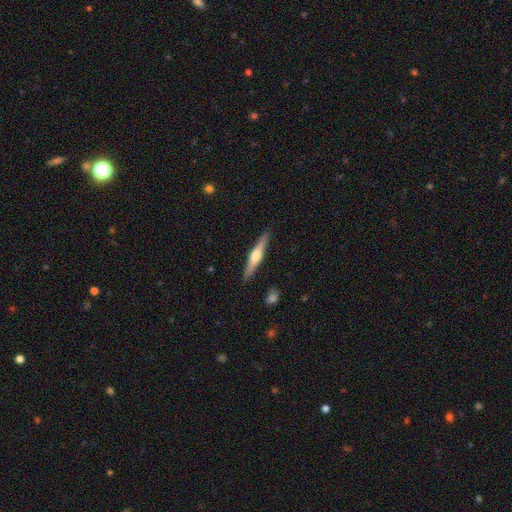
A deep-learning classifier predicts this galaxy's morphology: A featured or disk galaxy (60%) viewed edge-on (97%) with a rounded central bulge (90%).

Vote fractions:
- Smooth or featured? featured or disk: 60% / smooth: 35% / star or artifact: 5%
- Edge-on disk? yes: 97% / no: 3%
- Edge-on bulge? rounded: 90% / none: 5% / boxy: 5%
- Merging? none: 90% / minor disturbance: 7% / major disturbance: 2% / merger: 1%